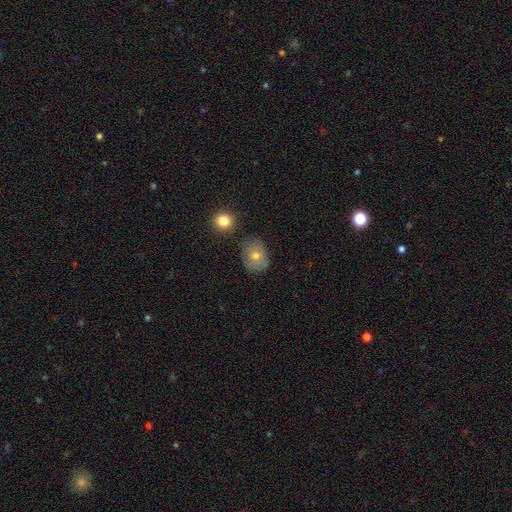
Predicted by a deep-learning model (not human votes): Smooth or featured? Predicted: smooth (p=0.65). How rounded? Predicted: round (p=0.55). Merging? Predicted: none (p=0.68).